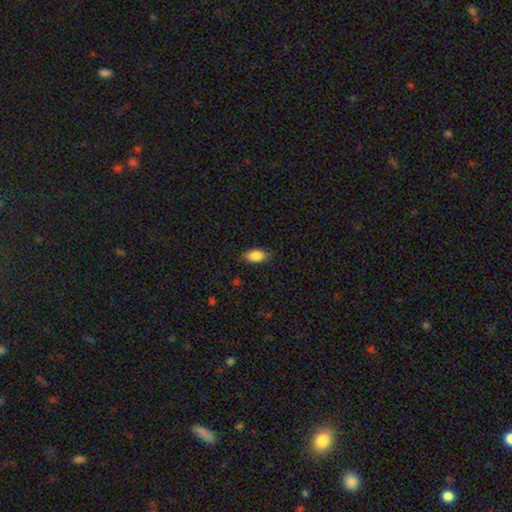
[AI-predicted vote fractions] Overall: smooth (87%). How rounded: in between (92%). Merging: none (85%).